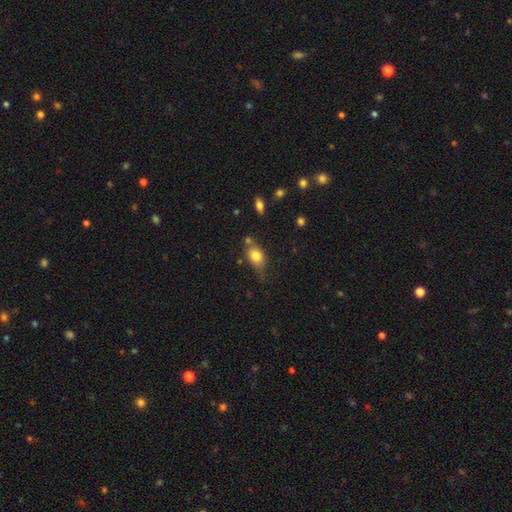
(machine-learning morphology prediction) smooth 78%, featured or disk 13%, star or artifact 9%. Down the decision tree: how rounded — in between (74%); merging — none (56%).